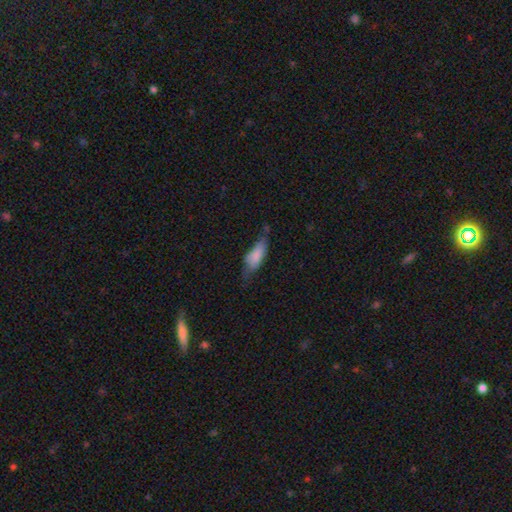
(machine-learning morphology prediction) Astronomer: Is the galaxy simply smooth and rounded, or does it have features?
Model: smooth — 74%.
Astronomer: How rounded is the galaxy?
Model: in between — 68%.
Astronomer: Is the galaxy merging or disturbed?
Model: minor disturbance — 39% (runner-up: none, 38%).